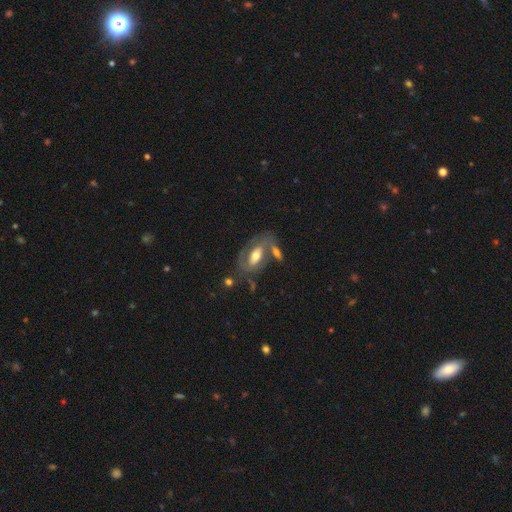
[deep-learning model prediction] Smooth or featured?
  - featured or disk: 64% *
  - smooth: 29%
  - star or artifact: 6%
Edge-on disk?
  - no: 87% *
  - yes: 13%
Bar?
  - no: 41% *
  - weak: 32%
  - strong: 26%
Spiral arms?
  - yes: 64% *
  - no: 36%
Bulge size?
  - moderate: 63% *
  - large: 22%
  - small: 12%
  - dominant: 2%
  - none: 2%
Merging?
  - none: 47% *
  - merger: 21%
  - minor disturbance: 18%
  - major disturbance: 13%